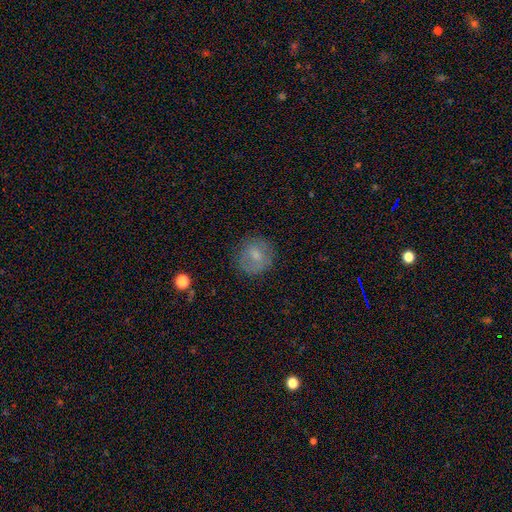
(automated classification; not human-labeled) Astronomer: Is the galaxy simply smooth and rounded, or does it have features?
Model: smooth — 69%.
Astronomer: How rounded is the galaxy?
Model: round — 86%.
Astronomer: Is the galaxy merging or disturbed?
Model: none — 78%.